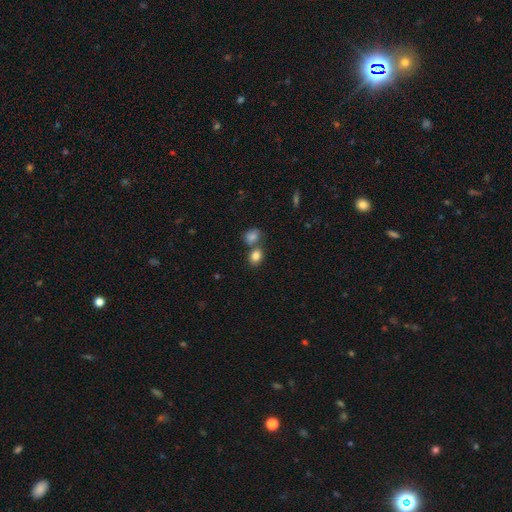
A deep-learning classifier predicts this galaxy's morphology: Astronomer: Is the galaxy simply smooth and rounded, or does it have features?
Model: smooth — 82%.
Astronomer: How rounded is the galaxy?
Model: round — 54% (runner-up: in between, 45%).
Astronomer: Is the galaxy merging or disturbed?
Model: none — 54% (runner-up: merger, 33%).